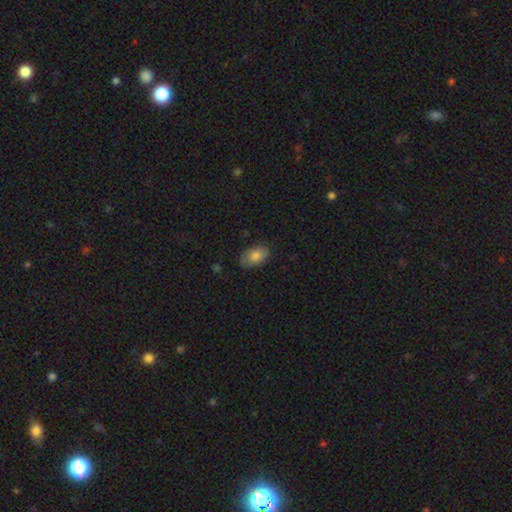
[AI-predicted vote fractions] A smooth galaxy with no disk features (82%) that is in between round and cigar-shaped (92%).

Vote fractions:
- Smooth or featured? smooth: 82% / featured or disk: 11% / star or artifact: 7%
- How rounded? in between: 92% / round: 7% / cigar-shaped: 1%
- Merging? none: 78% / minor disturbance: 17% / major disturbance: 3% / merger: 1%